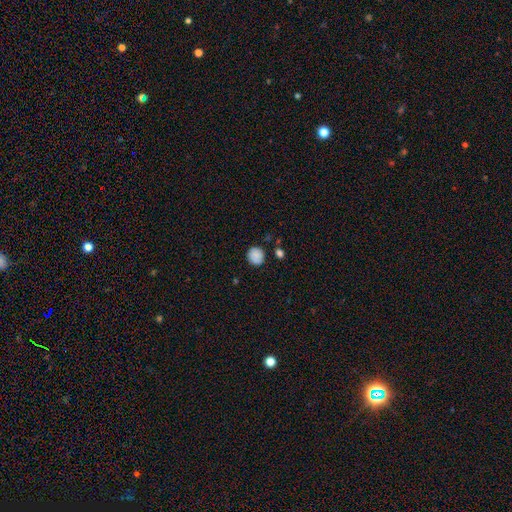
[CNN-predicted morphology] smooth_or_featured: smooth (p=0.86) [alt: star or artifact p=0.09]
how_rounded: round (p=0.89) [alt: in between p=0.10]
merging: none (p=0.82) [alt: minor disturbance p=0.12]